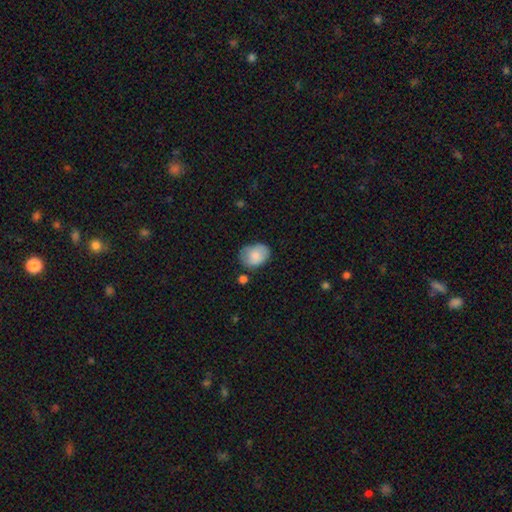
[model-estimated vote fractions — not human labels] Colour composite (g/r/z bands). It shows a smooth galaxy with no disk features (78%) that is in between round and cigar-shaped (68%). Merging: none (58%).